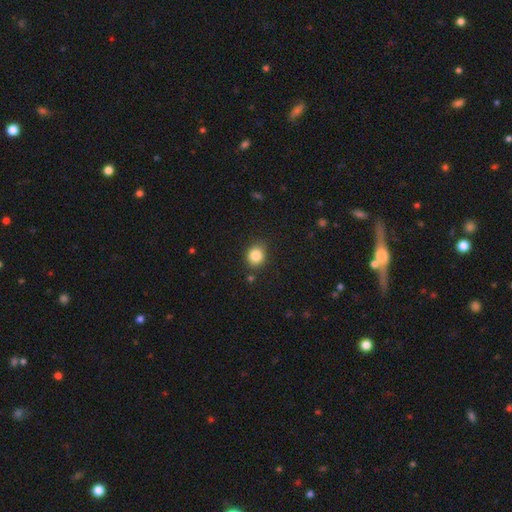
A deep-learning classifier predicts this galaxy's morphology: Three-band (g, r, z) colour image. It shows a smooth galaxy with no disk features (85%) that is round (75%). Merging: none (82%).